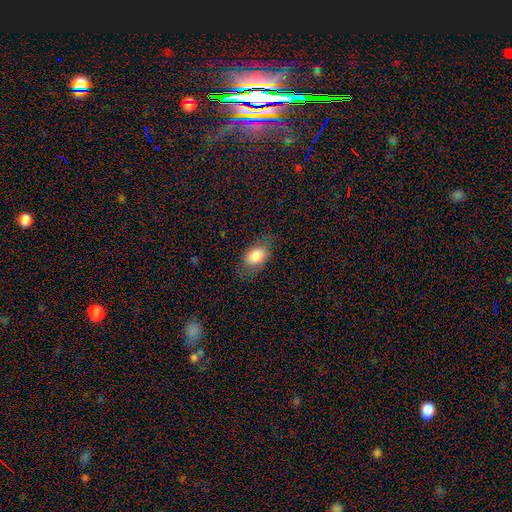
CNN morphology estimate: smooth_or_featured: smooth (p=0.80) [alt: featured or disk p=0.12]
how_rounded: in between (p=0.86) [alt: round p=0.12]
merging: none (p=0.72) [alt: minor disturbance p=0.19]